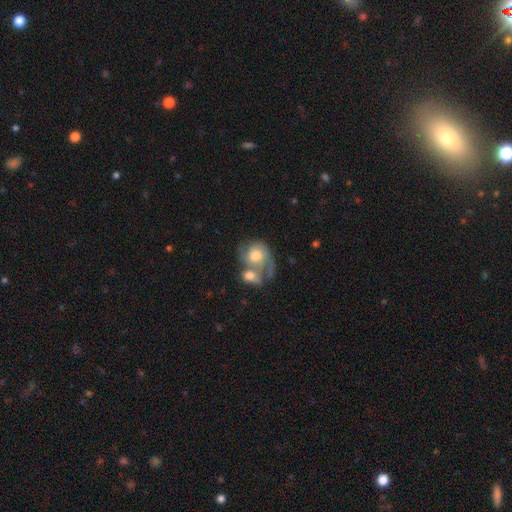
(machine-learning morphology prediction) Overall: featured or disk (51%; smooth 42%). Edge-on disk: no (97%). Merging: merger (61%).